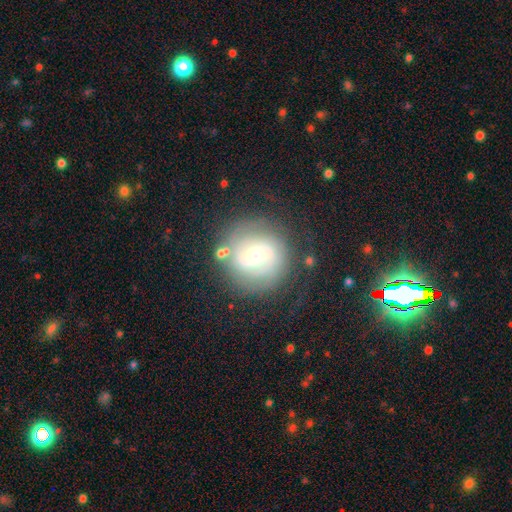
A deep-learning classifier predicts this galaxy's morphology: featured or disk 72%, smooth 20%, star or artifact 8%. Down the decision tree: edge-on disk — no (97%); bar — weak (45%); spiral arms — yes (86%); spiral arm count — 2 (69%); spiral winding — tight (47%); bulge size — moderate (53%); merging — none (75%).